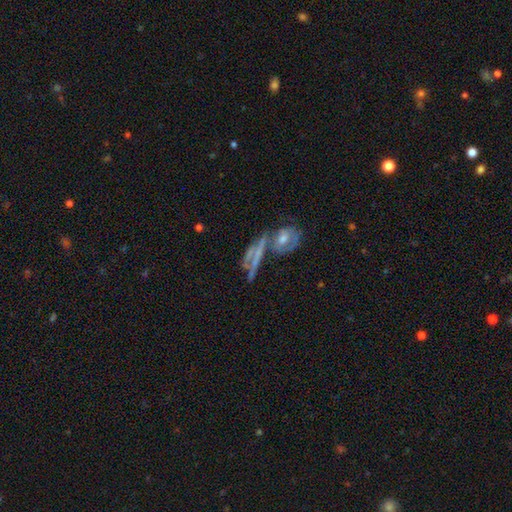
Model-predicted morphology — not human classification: Smooth or featured: featured or disk — 56% (smooth — 30%)
Edge-on disk: no — 70% (yes — 30%)
Merging: merger — 44% (none — 28%)